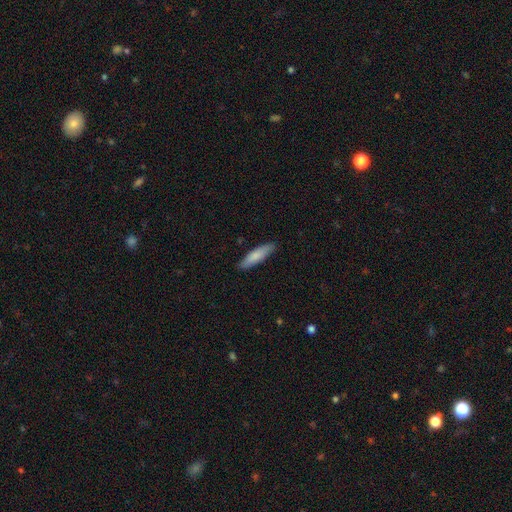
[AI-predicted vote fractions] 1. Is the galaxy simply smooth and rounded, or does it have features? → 81% smooth, 14% featured or disk, 5% star or artifact.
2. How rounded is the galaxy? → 71% cigar-shaped, 27% in between, 1% round.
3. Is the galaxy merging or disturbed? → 87% none, 10% minor disturbance, 2% major disturbance, 1% merger.